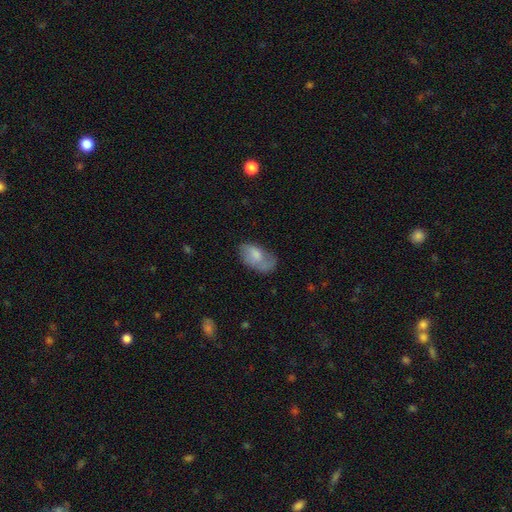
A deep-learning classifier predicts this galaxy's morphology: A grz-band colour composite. It shows a smooth galaxy with no disk features (65%) that is in between round and cigar-shaped (93%). Merging: none (45%).